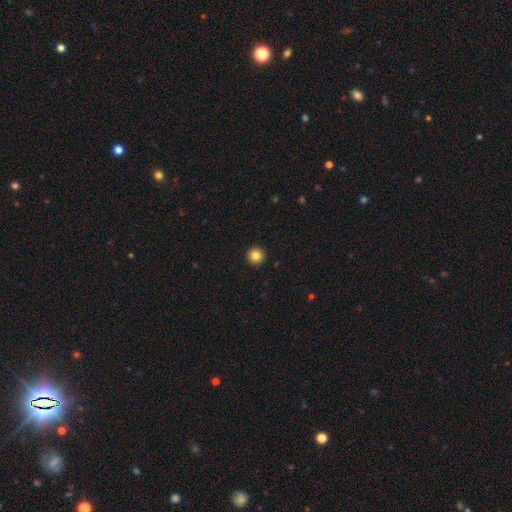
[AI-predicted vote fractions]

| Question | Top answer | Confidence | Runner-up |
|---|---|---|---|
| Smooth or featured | smooth | 83% | star or artifact (10%) |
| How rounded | round | 96% | in between (3%) |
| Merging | none | 94% | minor disturbance (4%) |